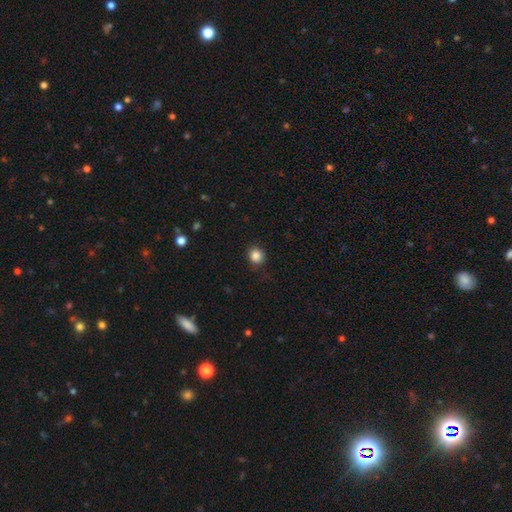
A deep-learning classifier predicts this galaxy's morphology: smooth-or-featured: smooth: 85% | star or artifact: 11% | featured or disk: 4%
  how-rounded: round: 87% | in between: 12% | cigar-shaped: 1%
  merging: none: 86% | minor disturbance: 10% | major disturbance: 3% | merger: 1%